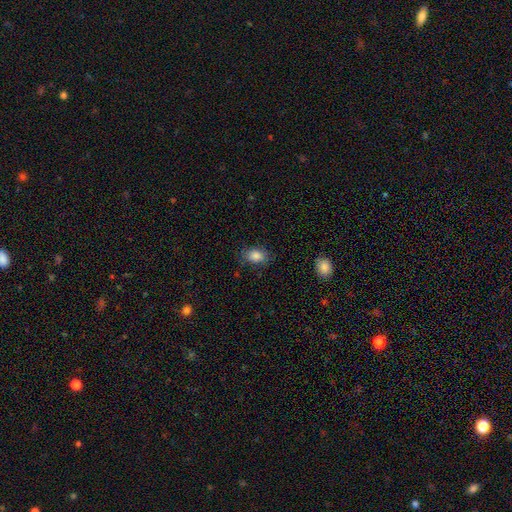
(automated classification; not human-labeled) This appears to be a smooth galaxy with no disk features (84%) that is in between round and cigar-shaped (78%). Merging: none (78%).